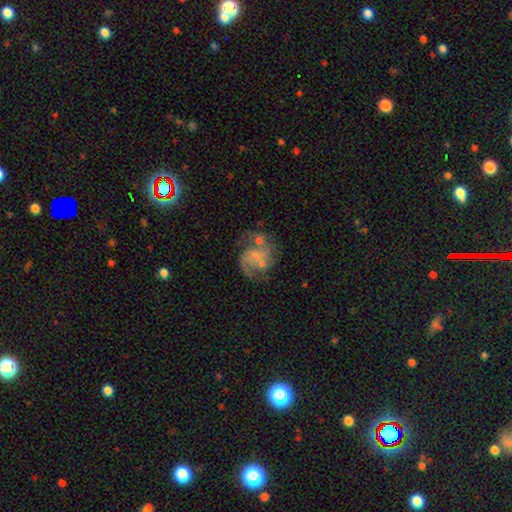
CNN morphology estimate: Overall: featured or disk (66%). Edge-on disk: no (98%). Bar: no (58%; weak 33%). Spiral arms: yes (82%). Spiral arm count: 2 (65%). Spiral winding: medium (45%; loose 36%). Bulge size: small (45%; none 37%). Merging: none (47%; major disturbance 22%).